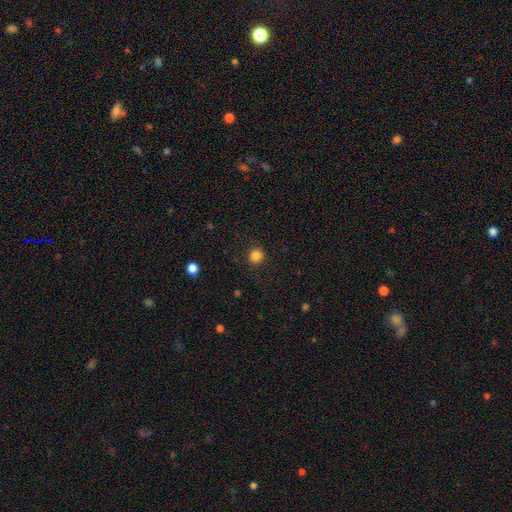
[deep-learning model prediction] Overall: smooth (84%). How rounded: round (91%). Merging: none (87%).